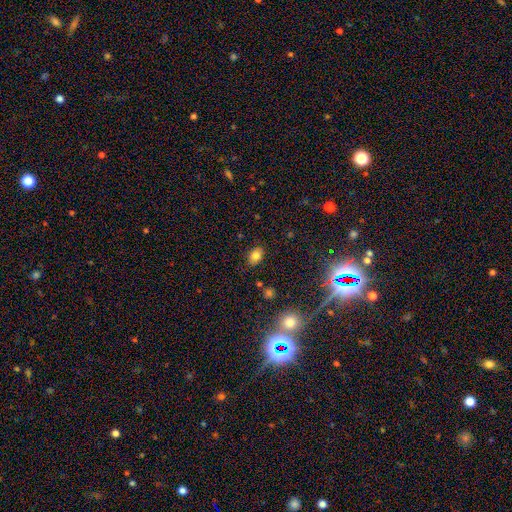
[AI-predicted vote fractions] Smooth or featured? smooth (79%)
How rounded? in between (78%)
Merging? none (84%)